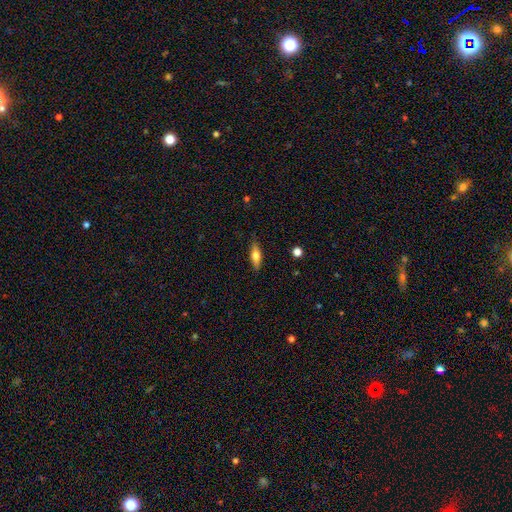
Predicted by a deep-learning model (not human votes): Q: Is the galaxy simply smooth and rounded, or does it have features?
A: smooth — 62%.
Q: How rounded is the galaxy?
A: in between — 51%.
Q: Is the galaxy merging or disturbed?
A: none — 85%.